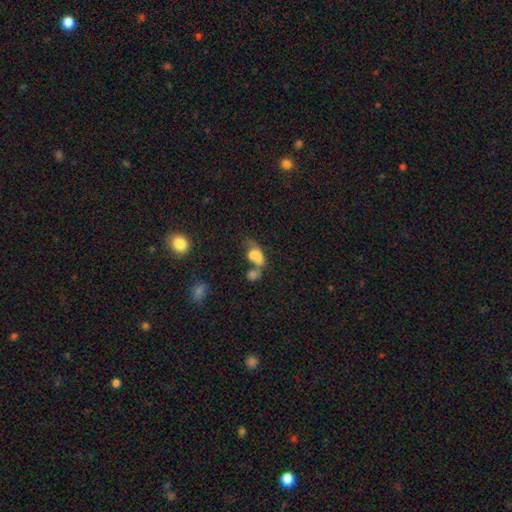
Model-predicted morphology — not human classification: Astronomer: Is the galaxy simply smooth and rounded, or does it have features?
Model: smooth — 68%.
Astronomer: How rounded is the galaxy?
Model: in between — 84%.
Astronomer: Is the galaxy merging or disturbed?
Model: merger — 54%.